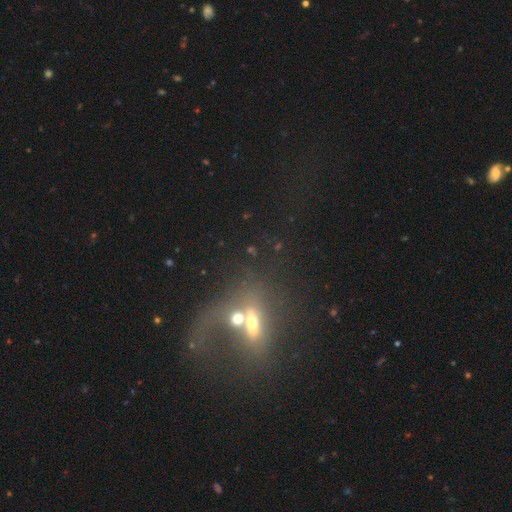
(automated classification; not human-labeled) Smooth or featured?
  - featured or disk: 41% *
  - smooth: 33%
  - star or artifact: 26%
Merging?
  - merger: 49% *
  - major disturbance: 21%
  - none: 20%
  - minor disturbance: 10%